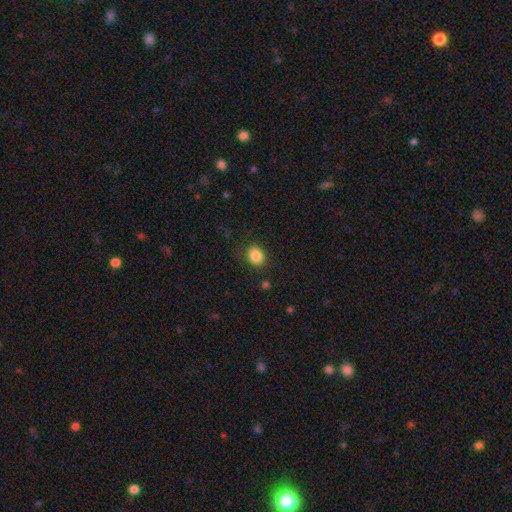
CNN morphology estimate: This is clearly a smooth galaxy (86%). How rounded: possibly round (53%). Merging: clearly none (84%).